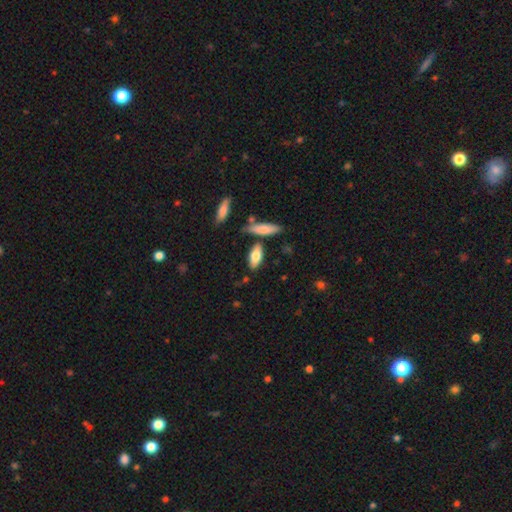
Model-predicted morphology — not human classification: smooth-or-featured: smooth: 75% | featured or disk: 19% | star or artifact: 6%
  how-rounded: in between: 79% | cigar-shaped: 18% | round: 3%
  merging: none: 72% | minor disturbance: 14% | merger: 11% | major disturbance: 3%